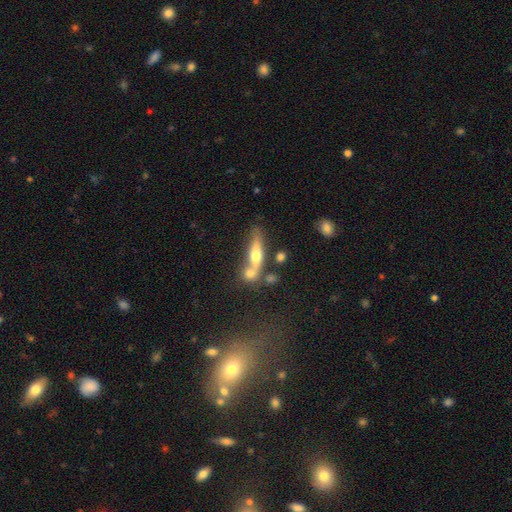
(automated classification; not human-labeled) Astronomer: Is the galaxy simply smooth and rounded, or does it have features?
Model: smooth — 50% (runner-up: featured or disk, 42%).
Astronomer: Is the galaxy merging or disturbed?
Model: none — 47% (runner-up: merger, 34%).